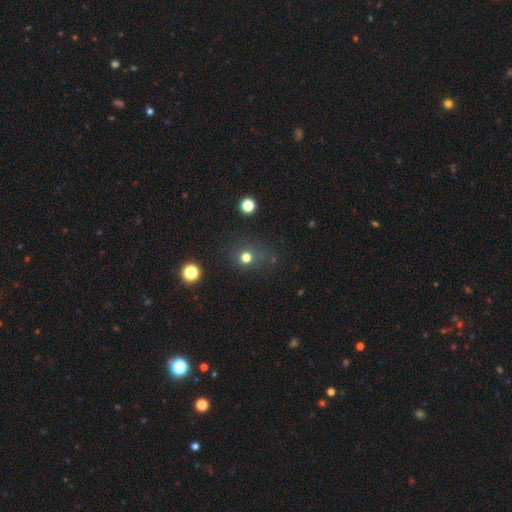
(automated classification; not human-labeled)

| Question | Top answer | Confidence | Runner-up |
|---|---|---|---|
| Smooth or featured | smooth | 51% | star or artifact (39%) |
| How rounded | round | 77% | in between (21%) |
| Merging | none | 71% | minor disturbance (15%) |